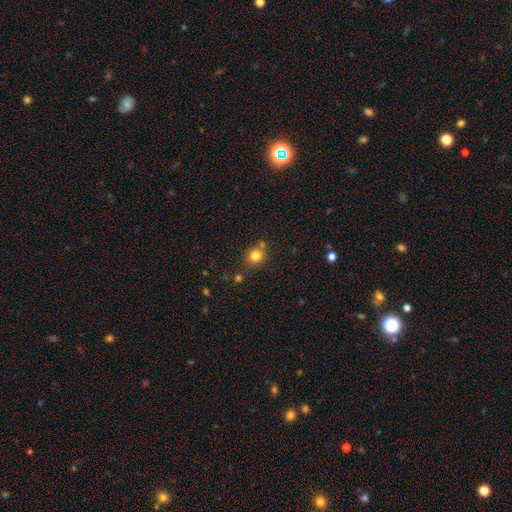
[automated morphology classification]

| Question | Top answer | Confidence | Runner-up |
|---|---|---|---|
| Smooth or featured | smooth | 81% | star or artifact (13%) |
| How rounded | round | 82% | in between (17%) |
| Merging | none | 71% | merger (15%) |